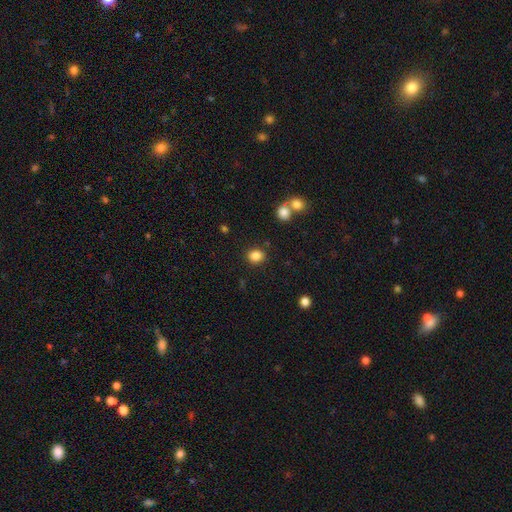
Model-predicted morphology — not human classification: Smooth or featured?
  - smooth: 85% *
  - star or artifact: 11%
  - featured or disk: 4%
How rounded?
  - round: 66% *
  - in between: 33%
  - cigar-shaped: 1%
Merging?
  - none: 84% *
  - minor disturbance: 8%
  - merger: 4%
  - major disturbance: 3%